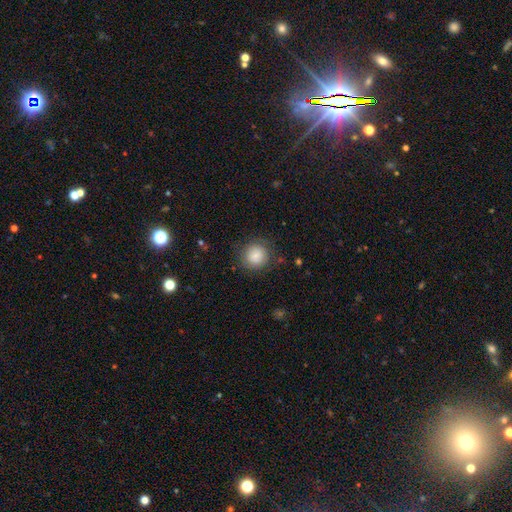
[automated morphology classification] Smooth or featured? smooth (85%)
How rounded? round (91%)
Merging? none (83%)